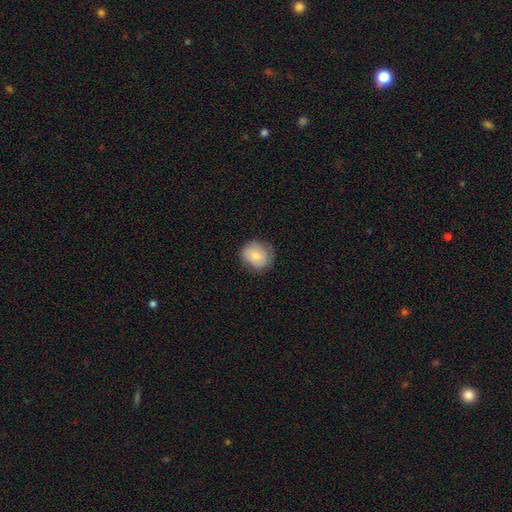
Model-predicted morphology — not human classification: This appears to be a smooth galaxy with no disk features (72%) that is round (77%). Merging: none (73%).